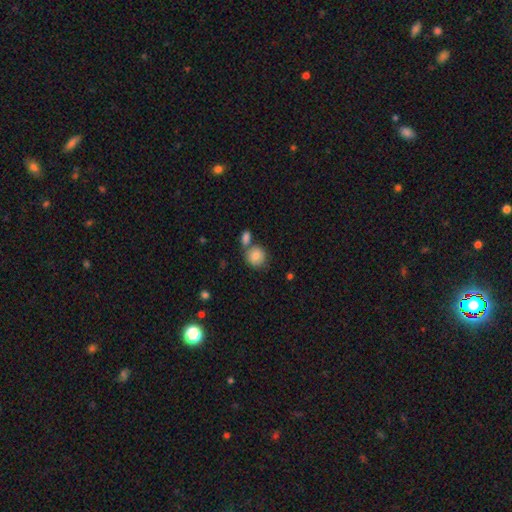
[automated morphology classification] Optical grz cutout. It shows a smooth galaxy with no disk features (84%) that is round (83%). Merging: none (56%).